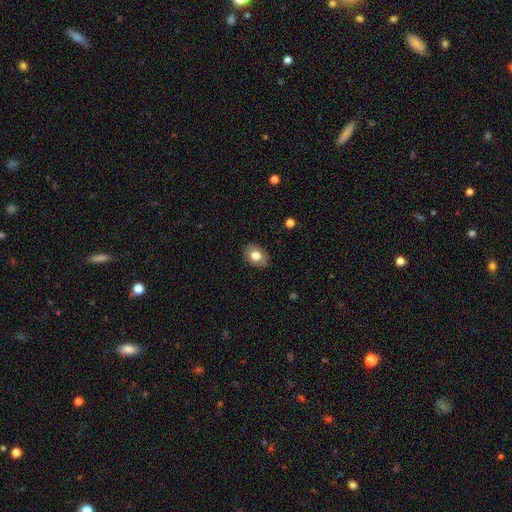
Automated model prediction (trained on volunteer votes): Smooth or featured: smooth — 79% (featured or disk — 13%)
How rounded: in between — 73% (round — 26%)
Merging: none — 86% (minor disturbance — 11%)